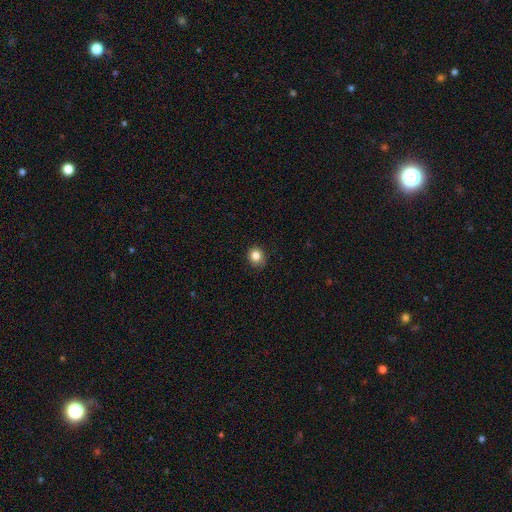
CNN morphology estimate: The model was most divided on "how rounded": round: 79%, in between: 20%, cigar-shaped: 1%. More confident: merging — none (86%); smooth or featured — smooth (84%).